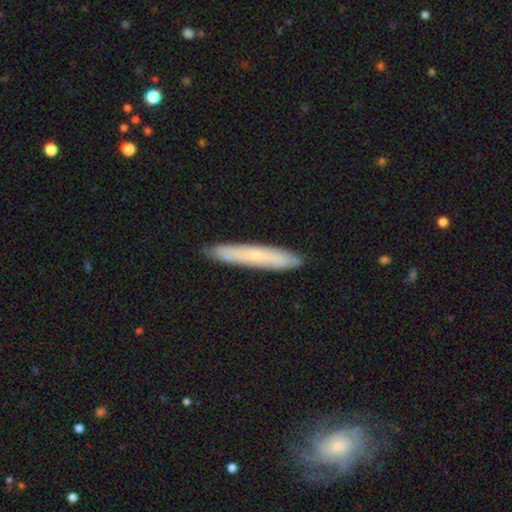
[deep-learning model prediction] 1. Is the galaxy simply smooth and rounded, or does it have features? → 58% smooth, 35% featured or disk, 7% star or artifact.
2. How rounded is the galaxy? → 94% cigar-shaped, 5% in between, 1% round.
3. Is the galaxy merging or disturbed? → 88% none, 9% minor disturbance, 2% major disturbance, 1% merger.